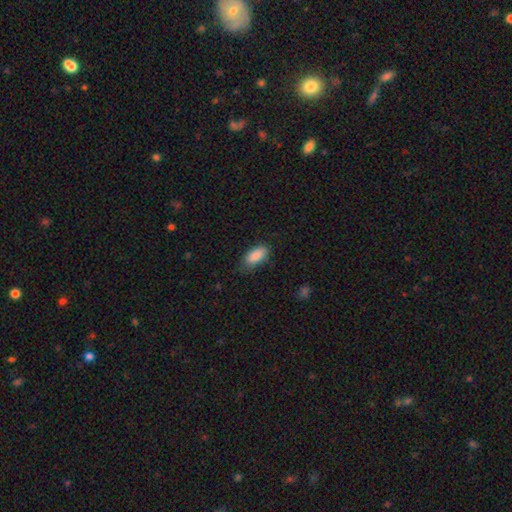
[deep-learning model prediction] This is clearly a smooth galaxy (87%). How rounded: clearly in between (89%). Merging: likely none (73%).